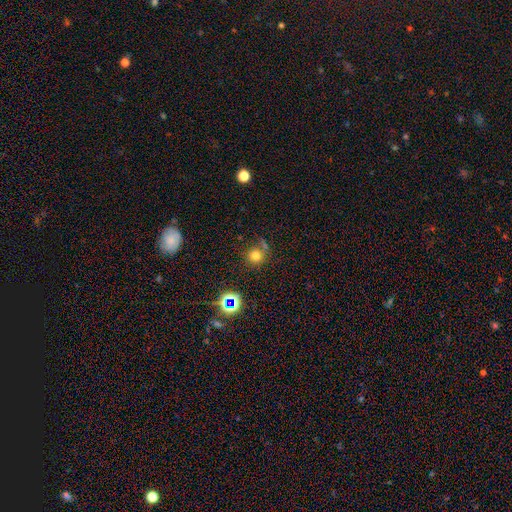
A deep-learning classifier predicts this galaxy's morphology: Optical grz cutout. It shows a smooth galaxy with no disk features (72%) that is round (91%). Merging: none (69%).